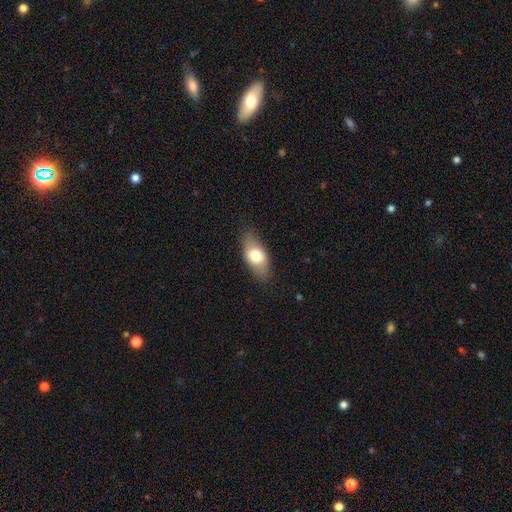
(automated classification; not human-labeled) smooth 71%, featured or disk 22%, star or artifact 7%. Down the decision tree: how rounded — in between (85%); merging — none (79%).